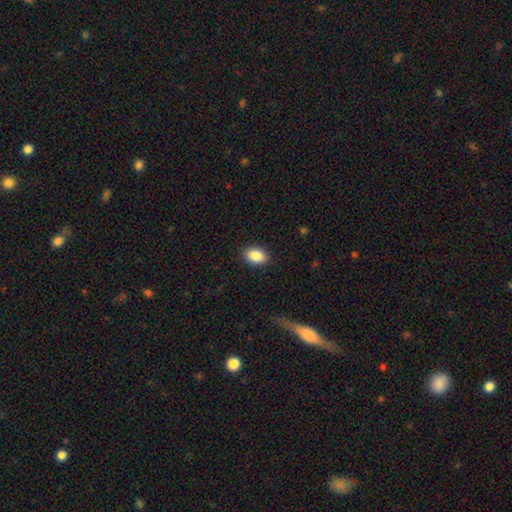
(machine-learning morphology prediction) This is clearly a smooth galaxy (89%). How rounded: clearly in between (86%). Merging: clearly none (89%).